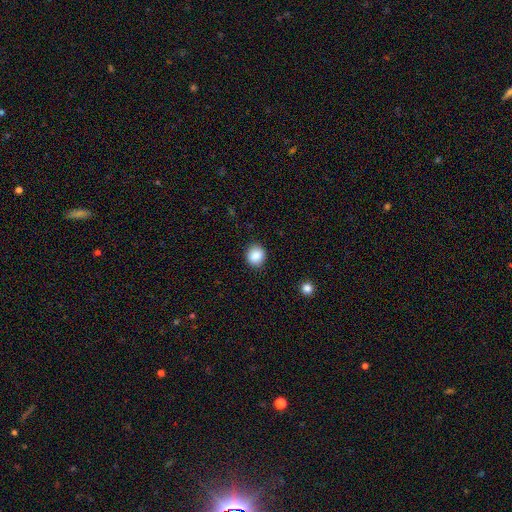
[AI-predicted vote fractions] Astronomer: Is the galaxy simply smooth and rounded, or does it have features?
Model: smooth — 87%.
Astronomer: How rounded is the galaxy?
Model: round — 81%.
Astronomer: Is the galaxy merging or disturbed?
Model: none — 89%.